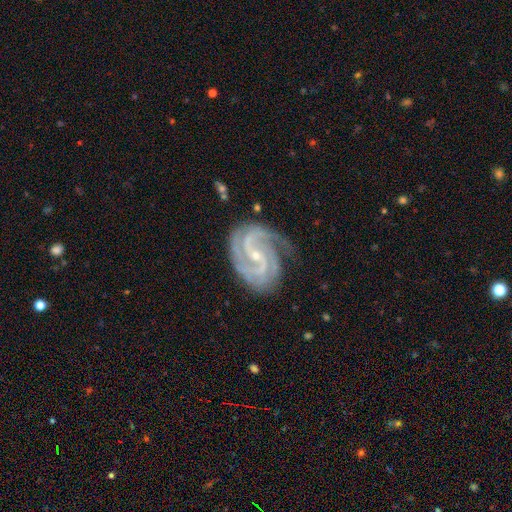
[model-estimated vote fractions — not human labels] Morphology: type=featured or disk (93%); edge-on=no (98%); bar=weak (42%); spiral arms=yes (99%); winding=tight (49%); arm count=3 (38%); bulge=small (76%); merging=none (72%).